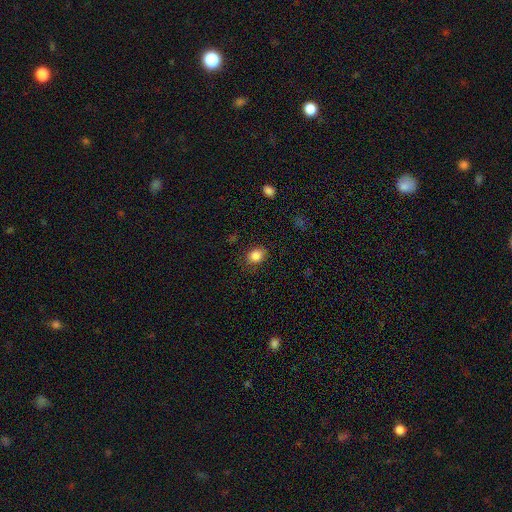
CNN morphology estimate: smooth_or_featured: smooth (p=0.84) [alt: star or artifact p=0.10]
how_rounded: in between (p=0.53) [alt: round p=0.47]
merging: none (p=0.82) [alt: minor disturbance p=0.14]